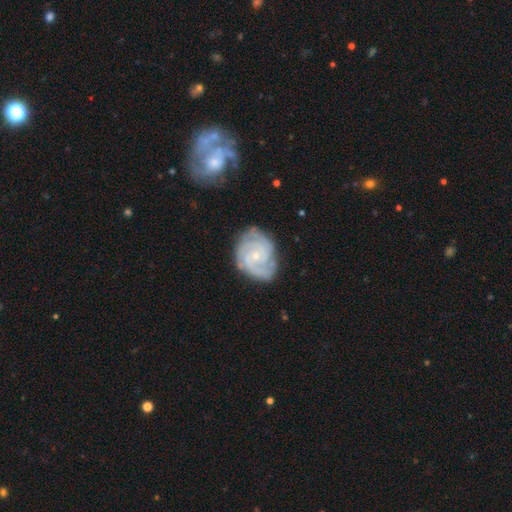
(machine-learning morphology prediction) smooth_or_featured: featured or disk (p=0.87) [alt: smooth p=0.08]
disk_edge_on: no (p=0.98) [alt: yes p=0.02]
bar: no (p=0.71) [alt: weak p=0.25]
has_spiral_arms: yes (p=0.97) [alt: no p=0.03]
spiral_winding: tight (p=0.67) [alt: medium p=0.28]
spiral_arm_count: 3 (p=0.35) [alt: 2 p=0.29]
bulge_size: small (p=0.77) [alt: moderate p=0.20]
merging: none (p=0.74) [alt: minor disturbance p=0.18]